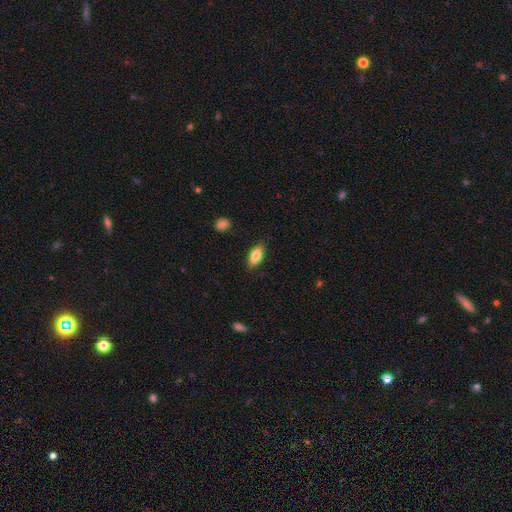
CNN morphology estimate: The model was most divided on "how rounded": in between: 77%, cigar-shaped: 21%, round: 3%. More confident: merging — none (85%); smooth or featured — smooth (77%).